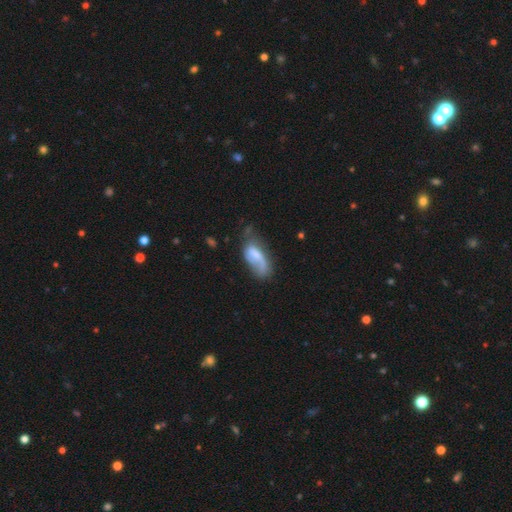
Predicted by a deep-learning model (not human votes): smooth 48%, featured or disk 45%, star or artifact 8%. Down the decision tree: merging — major disturbance (33%).